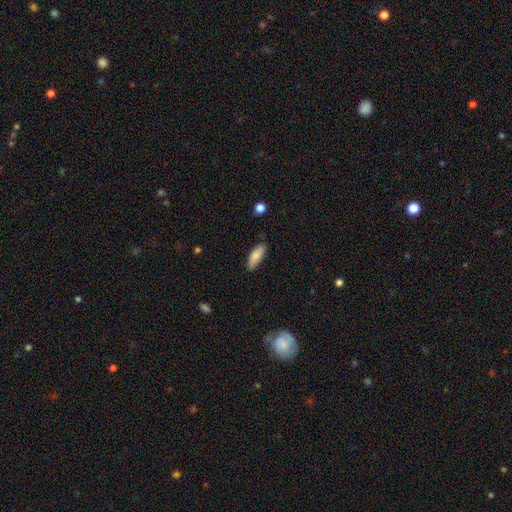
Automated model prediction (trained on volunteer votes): Smooth or featured: smooth — 84% (featured or disk — 9%)
How rounded: in between — 68% (cigar-shaped — 30%)
Merging: none — 82% (minor disturbance — 14%)